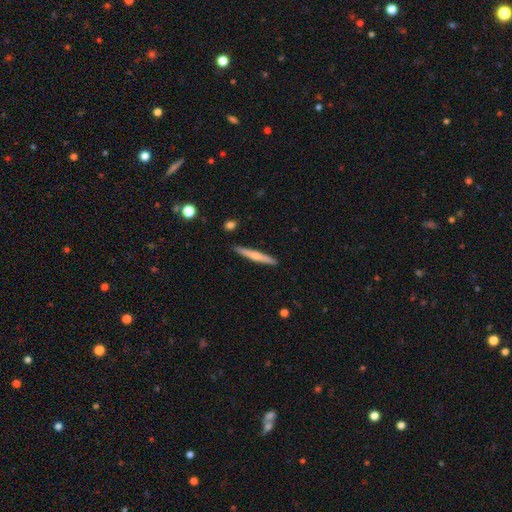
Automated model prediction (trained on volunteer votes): This appears to be a smooth galaxy with no disk features (53%) that is cigar-shaped (95%). Merging: none (90%).